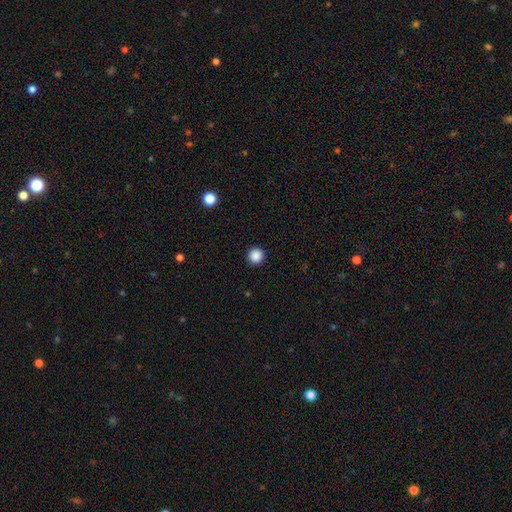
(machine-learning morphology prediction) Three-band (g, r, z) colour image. It shows a smooth galaxy with no disk features (88%) that is round (96%). Merging: none (93%).